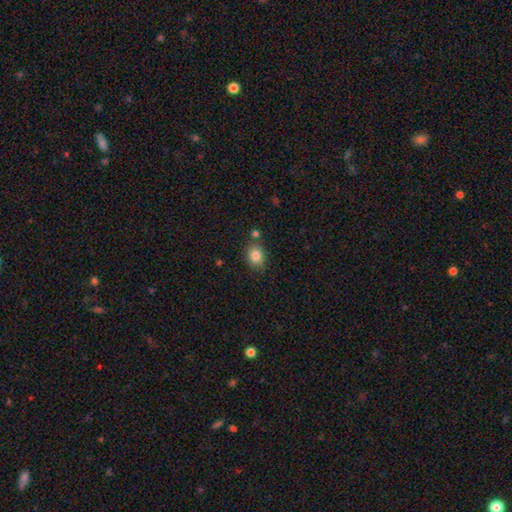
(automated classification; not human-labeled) A smooth galaxy with no disk features (84%) that is in between round and cigar-shaped (56%). Merging: none (78%).